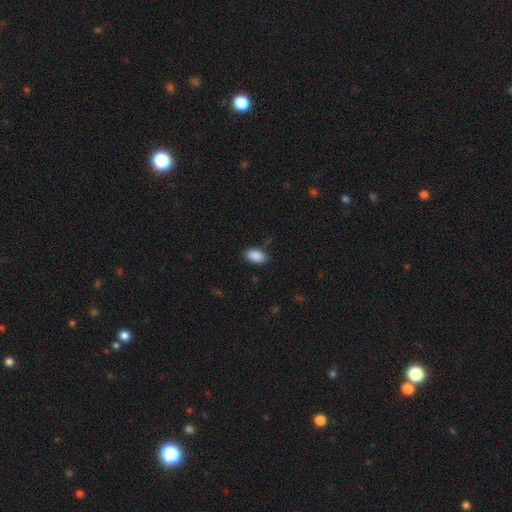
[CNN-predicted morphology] smooth_or_featured: smooth (p=0.90) [alt: star or artifact p=0.07]
how_rounded: in between (p=0.92) [alt: round p=0.07]
merging: none (p=0.84) [alt: minor disturbance p=0.12]